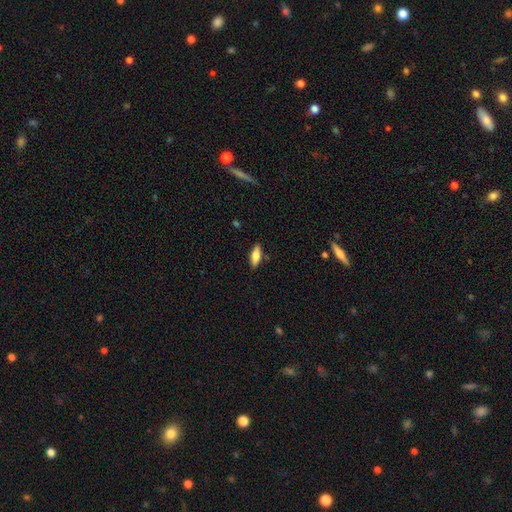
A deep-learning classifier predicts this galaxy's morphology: smooth_or_featured: smooth (p=0.67) [alt: featured or disk p=0.26]
how_rounded: in between (p=0.64) [alt: cigar-shaped p=0.34]
merging: none (p=0.87) [alt: minor disturbance p=0.10]